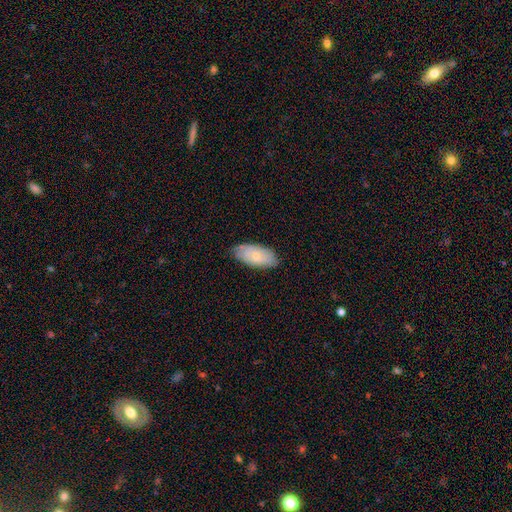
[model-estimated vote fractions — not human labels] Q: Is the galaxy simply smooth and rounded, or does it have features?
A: smooth — 63%.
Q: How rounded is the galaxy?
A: in between — 92%.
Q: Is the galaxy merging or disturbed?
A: none — 73%.